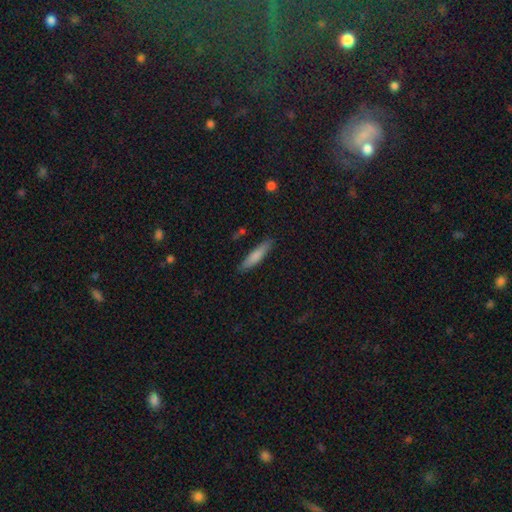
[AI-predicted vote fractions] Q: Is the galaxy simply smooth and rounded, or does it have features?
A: smooth — 77%.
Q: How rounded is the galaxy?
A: cigar-shaped — 82%.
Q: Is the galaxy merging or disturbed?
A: none — 86%.